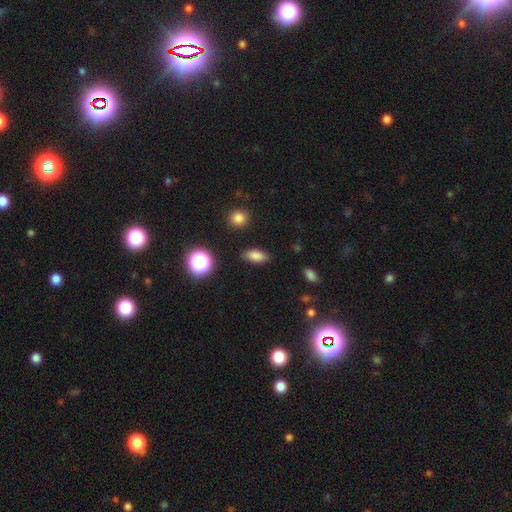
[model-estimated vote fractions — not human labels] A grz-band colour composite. It shows a smooth galaxy with no disk features (81%) that is in between round and cigar-shaped (82%). Merging: none (84%).